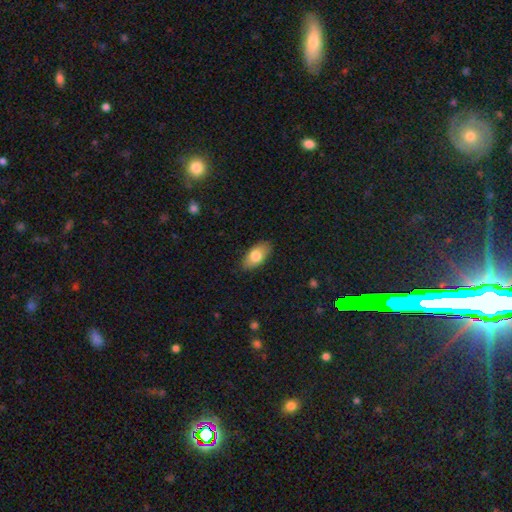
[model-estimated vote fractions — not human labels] smooth_or_featured: smooth (p=0.77) [alt: featured or disk p=0.16]
how_rounded: in between (p=0.92) [alt: cigar-shaped p=0.05]
merging: none (p=0.85) [alt: minor disturbance p=0.11]